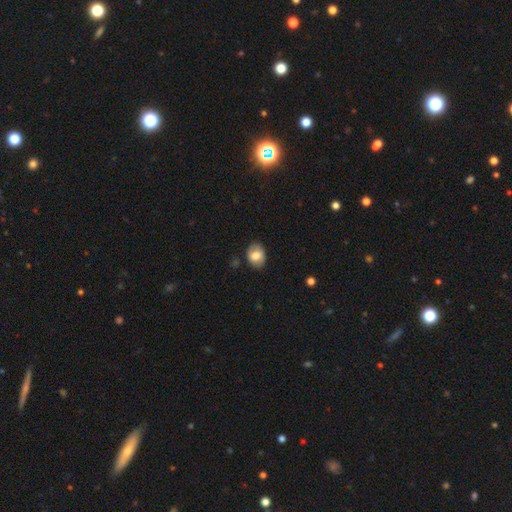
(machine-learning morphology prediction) Q: Smooth or featured?
A: smooth (77%); runner-up: featured or disk (15%)
Q: How rounded?
A: in between (68%); runner-up: round (30%)
Q: Merging?
A: none (81%); runner-up: minor disturbance (14%)